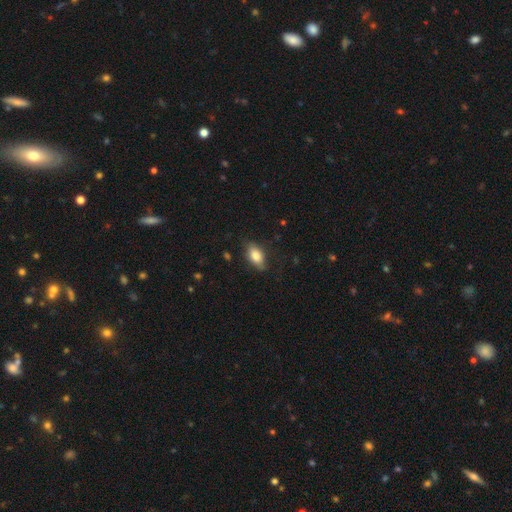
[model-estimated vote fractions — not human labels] The model was most divided on "merging": none: 71%, minor disturbance: 21%, major disturbance: 6%, merger: 1%. More confident: how rounded — in between (89%); smooth or featured — smooth (80%).